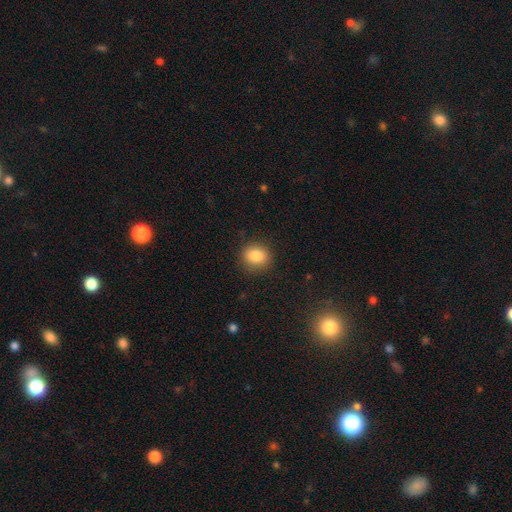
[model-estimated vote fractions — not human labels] Smooth or featured? smooth (85%)
How rounded? round (66%)
Merging? none (87%)